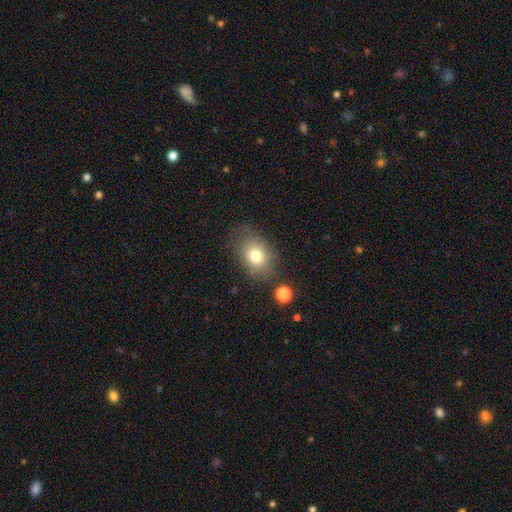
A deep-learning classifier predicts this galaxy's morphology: This is likely a smooth galaxy (77%). How rounded: likely in between (70%). Merging: likely none (67%).